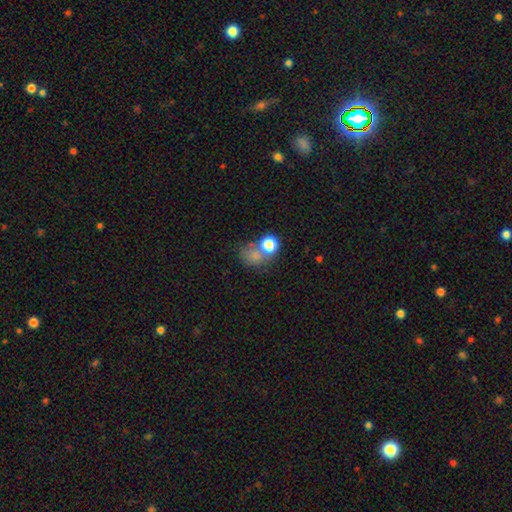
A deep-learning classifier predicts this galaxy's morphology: Q: Smooth or featured?
A: smooth (69%); runner-up: star or artifact (19%)
Q: How rounded?
A: round (63%); runner-up: in between (36%)
Q: Merging?
A: none (37%); runner-up: merger (35%)